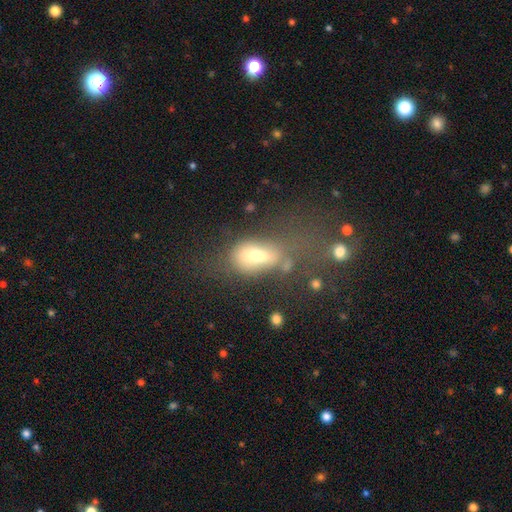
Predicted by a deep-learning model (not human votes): smooth 53%, featured or disk 29%, star or artifact 18%. Down the decision tree: how rounded — in between (80%); merging — major disturbance (40%).